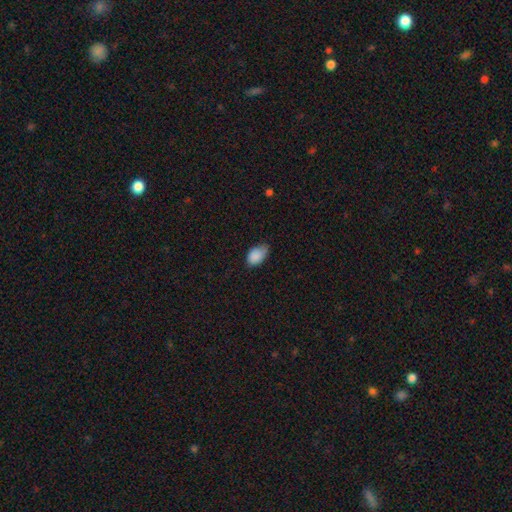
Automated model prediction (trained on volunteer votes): The model was most divided on "merging": none: 53%, minor disturbance: 39%, major disturbance: 7%, merger: 1%. More confident: how rounded — in between (90%); smooth or featured — smooth (87%).